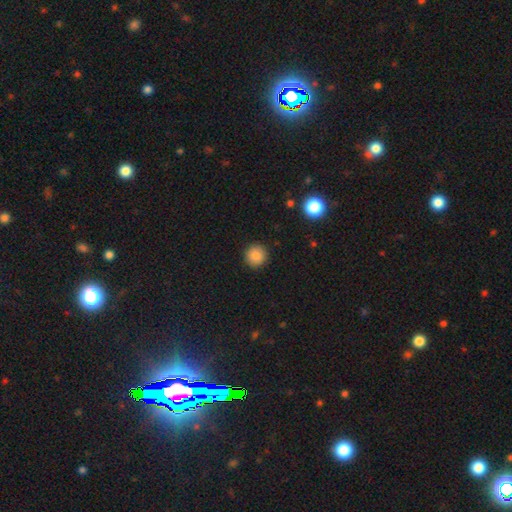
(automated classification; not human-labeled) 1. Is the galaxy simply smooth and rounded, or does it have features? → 86% smooth, 9% star or artifact, 5% featured or disk.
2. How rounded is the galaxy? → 94% round, 5% in between, 1% cigar-shaped.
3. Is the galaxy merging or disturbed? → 92% none, 5% minor disturbance, 2% major disturbance, 1% merger.